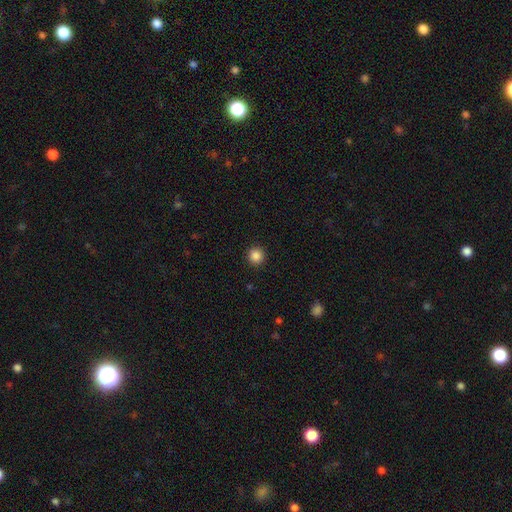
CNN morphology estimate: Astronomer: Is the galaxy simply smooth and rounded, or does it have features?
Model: smooth — 87%.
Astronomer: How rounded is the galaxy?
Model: round — 94%.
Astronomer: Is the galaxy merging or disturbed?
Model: none — 92%.